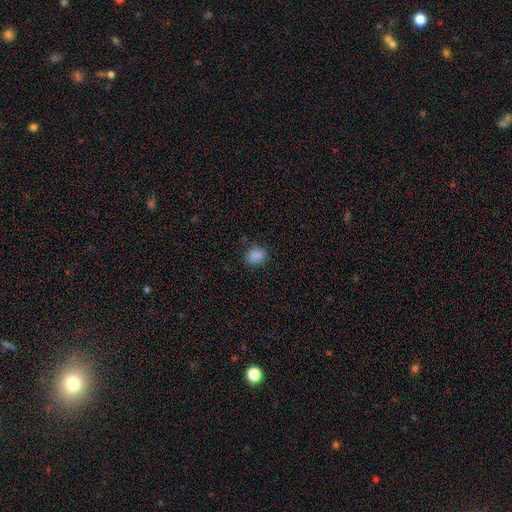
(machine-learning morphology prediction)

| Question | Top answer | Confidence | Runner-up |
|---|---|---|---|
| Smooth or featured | smooth | 86% | star or artifact (10%) |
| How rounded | in between | 63% | round (35%) |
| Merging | none | 79% | minor disturbance (16%) |